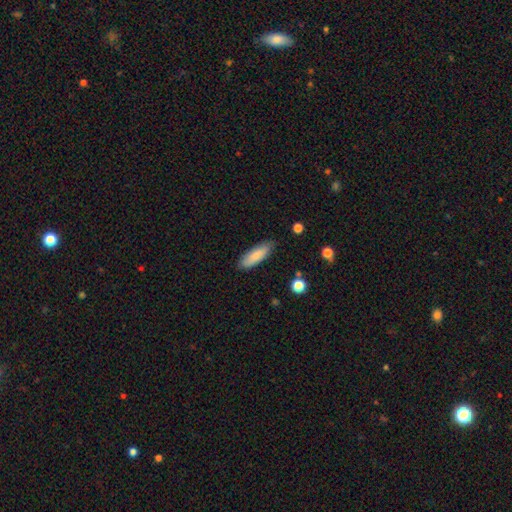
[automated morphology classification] smooth_or_featured: smooth (p=0.83) [alt: featured or disk p=0.11]
how_rounded: in between (p=0.59) [alt: cigar-shaped p=0.40]
merging: none (p=0.82) [alt: minor disturbance p=0.14]